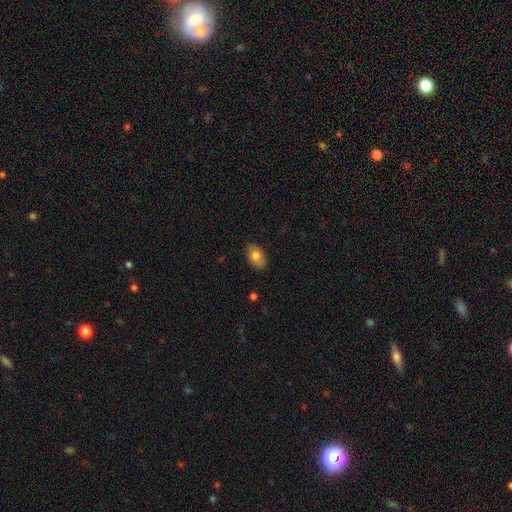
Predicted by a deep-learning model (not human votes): Q: Smooth or featured?
A: smooth (79%); runner-up: featured or disk (14%)
Q: How rounded?
A: in between (88%); runner-up: round (11%)
Q: Merging?
A: none (84%); runner-up: minor disturbance (13%)